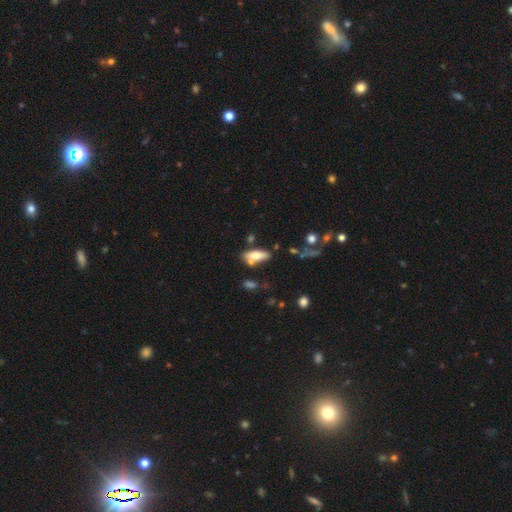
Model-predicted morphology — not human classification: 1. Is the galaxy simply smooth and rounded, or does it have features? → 64% smooth, 29% featured or disk, 7% star or artifact.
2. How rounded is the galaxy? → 66% in between, 32% cigar-shaped, 3% round.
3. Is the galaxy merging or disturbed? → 60% none, 18% merger, 17% minor disturbance, 5% major disturbance.